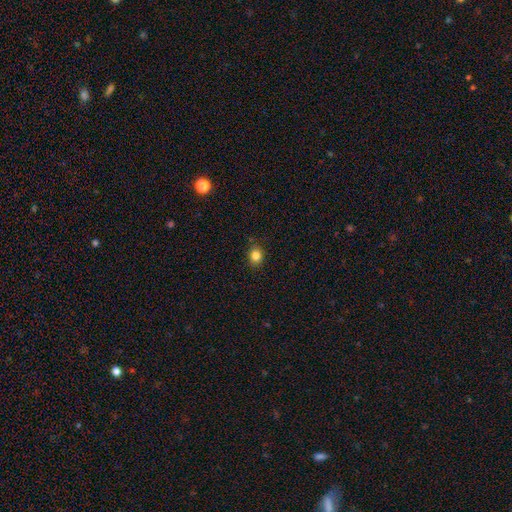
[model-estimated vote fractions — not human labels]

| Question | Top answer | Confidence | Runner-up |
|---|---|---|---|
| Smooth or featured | smooth | 83% | star or artifact (12%) |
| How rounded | round | 62% | in between (37%) |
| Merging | none | 85% | minor disturbance (11%) |